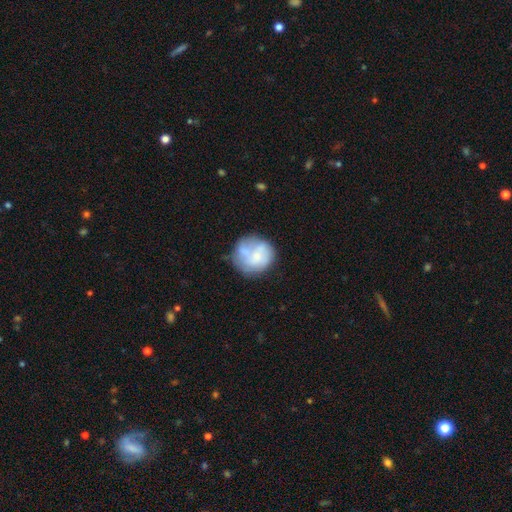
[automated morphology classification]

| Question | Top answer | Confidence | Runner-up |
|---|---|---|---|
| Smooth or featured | smooth | 54% | featured or disk (39%) |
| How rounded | round | 84% | in between (15%) |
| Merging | none | 47% | minor disturbance (23%) |